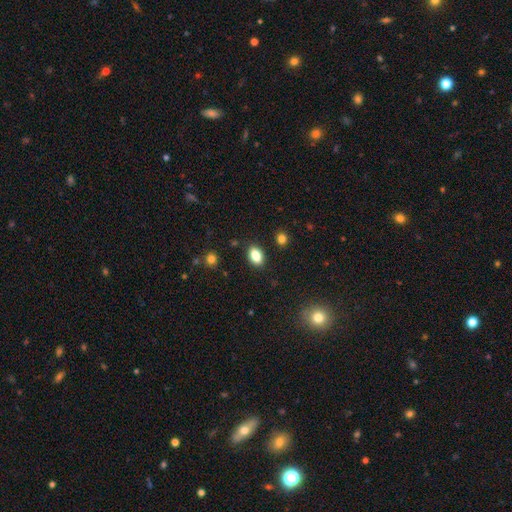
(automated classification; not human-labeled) Smooth or featured? smooth (84%)
How rounded? in between (88%)
Merging? none (87%)